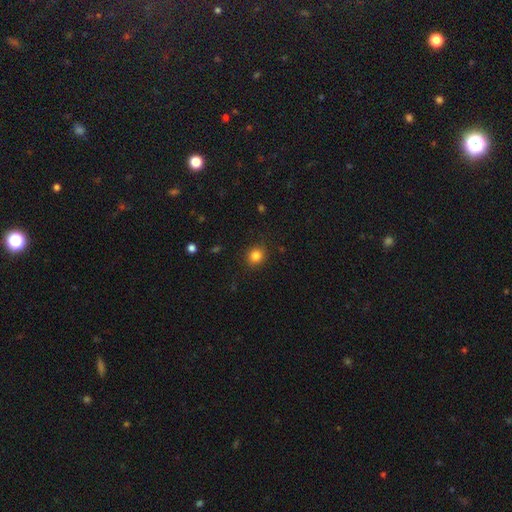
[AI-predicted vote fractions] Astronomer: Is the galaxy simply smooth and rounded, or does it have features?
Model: smooth — 84%.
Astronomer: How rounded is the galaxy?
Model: round — 81%.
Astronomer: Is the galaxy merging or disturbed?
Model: none — 88%.